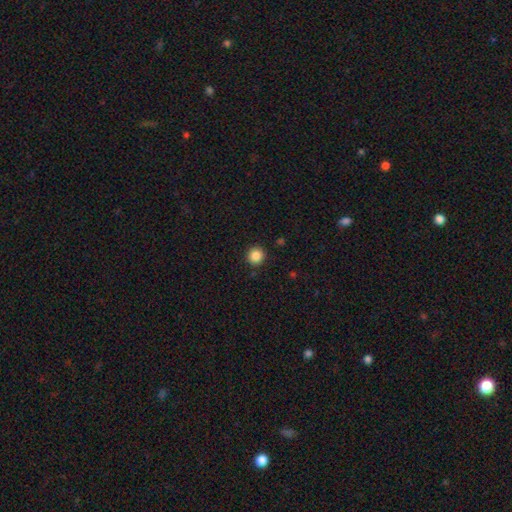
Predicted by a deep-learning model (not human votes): Q: Smooth or featured?
A: smooth (86%); runner-up: star or artifact (10%)
Q: How rounded?
A: round (94%); runner-up: in between (5%)
Q: Merging?
A: none (91%); runner-up: minor disturbance (6%)